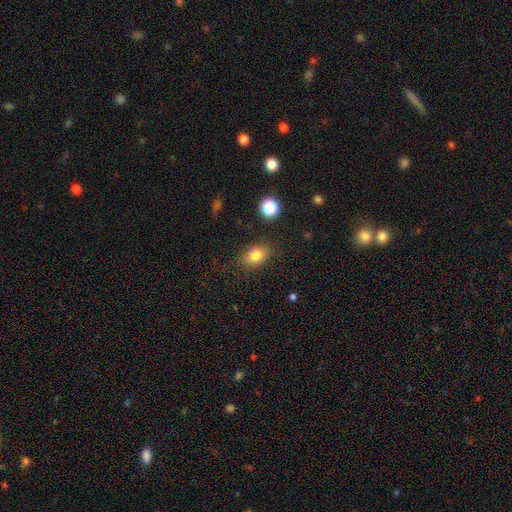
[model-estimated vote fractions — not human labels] Smooth or featured? Predicted: smooth (p=0.79). How rounded? Predicted: in between (p=0.75). Merging? Predicted: none (p=0.78).